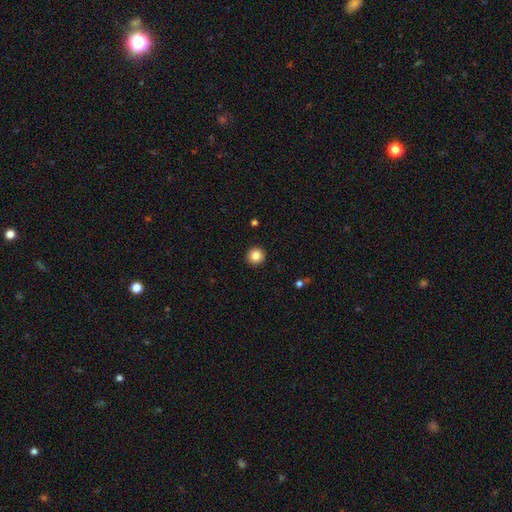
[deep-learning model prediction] Smooth or featured? Predicted: smooth (p=0.85). How rounded? Predicted: round (p=0.96). Merging? Predicted: none (p=0.93).